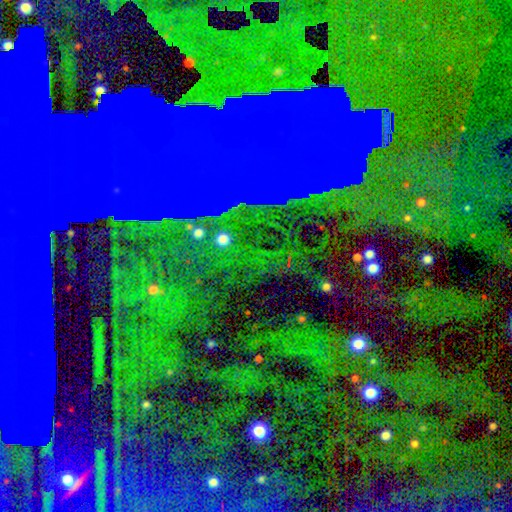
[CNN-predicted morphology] Smooth or featured? Predicted: star or artifact (p=0.78).